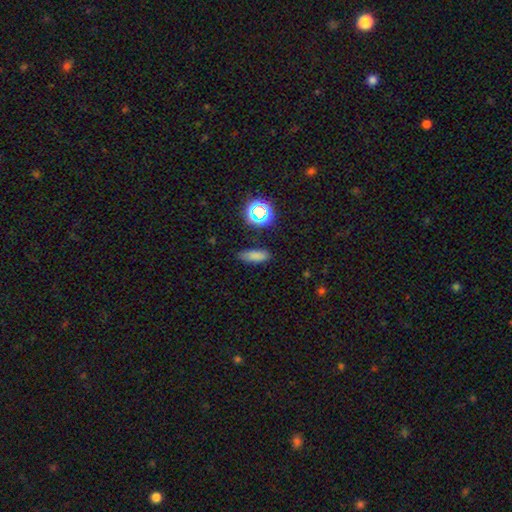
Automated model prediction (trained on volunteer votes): This appears to be a smooth galaxy with no disk features (77%) that is in between round and cigar-shaped (62%). Merging: none (83%).